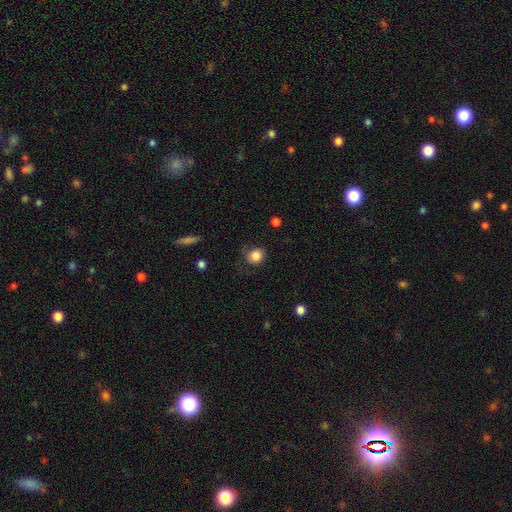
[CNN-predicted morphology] This is clearly a smooth galaxy (84%). How rounded: clearly round (81%). Merging: likely none (66%).